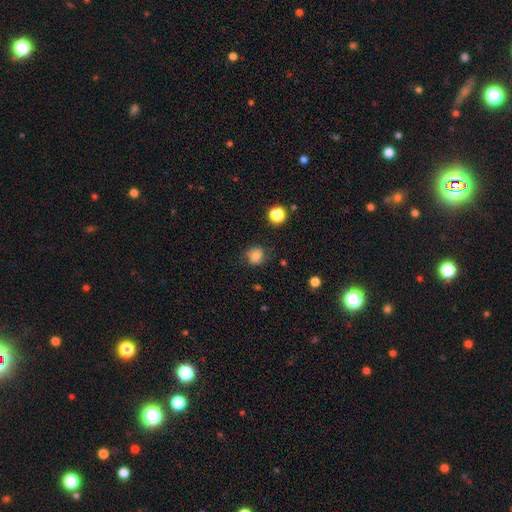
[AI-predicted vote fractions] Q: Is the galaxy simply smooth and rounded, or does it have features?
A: smooth — 74%.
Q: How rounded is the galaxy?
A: round — 82%.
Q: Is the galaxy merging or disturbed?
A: none — 76%.